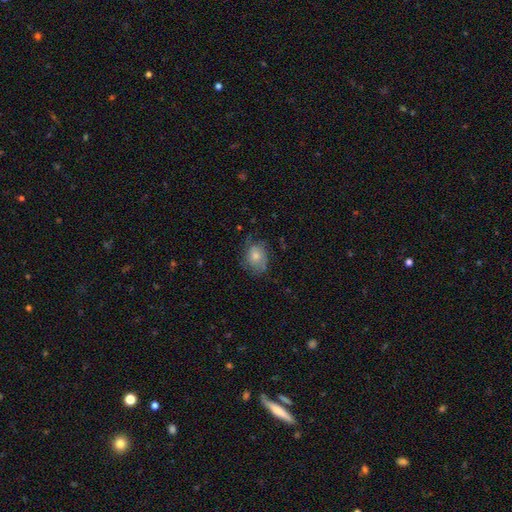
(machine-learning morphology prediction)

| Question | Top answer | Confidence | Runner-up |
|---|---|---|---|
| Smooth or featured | smooth | 46% | featured or disk (41%) |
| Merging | none | 67% | minor disturbance (23%) |